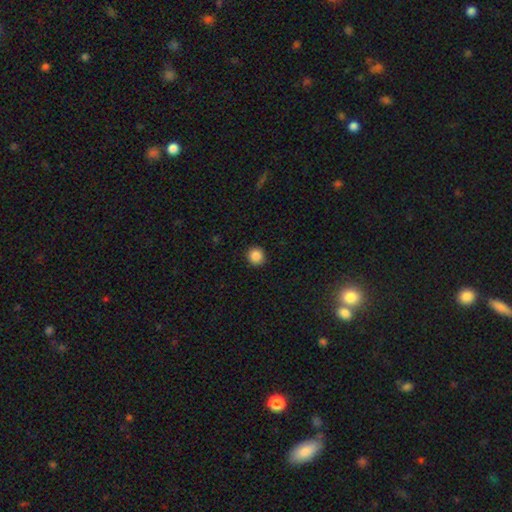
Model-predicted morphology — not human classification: This appears to be a smooth galaxy with no disk features (87%) that is round (94%). Merging: none (92%).